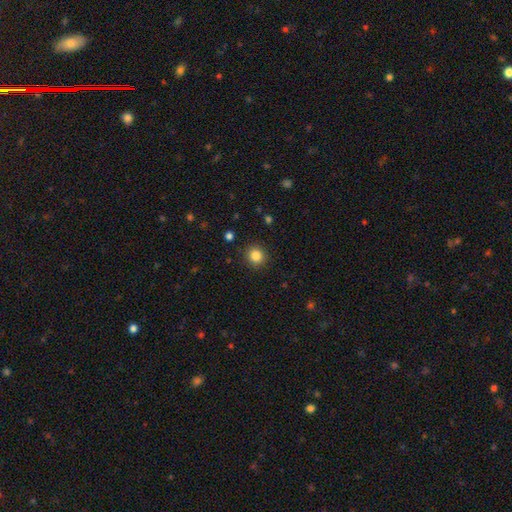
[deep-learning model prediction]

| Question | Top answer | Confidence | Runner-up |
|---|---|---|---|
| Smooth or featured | smooth | 85% | star or artifact (11%) |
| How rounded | round | 91% | in between (8%) |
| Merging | none | 91% | minor disturbance (6%) |